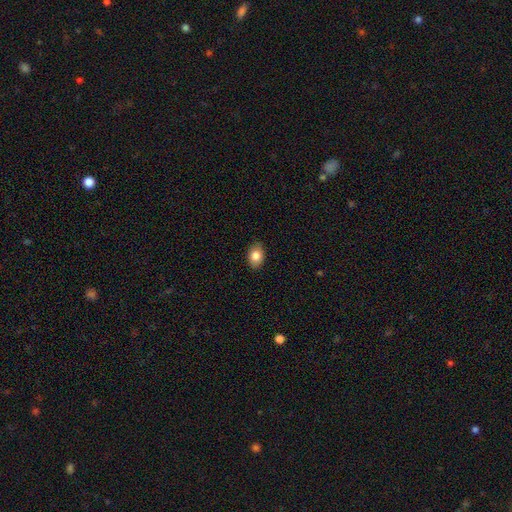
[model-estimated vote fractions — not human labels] The model was most divided on "how rounded": in between: 78%, round: 21%, cigar-shaped: 1%. More confident: merging — none (88%); smooth or featured — smooth (84%).